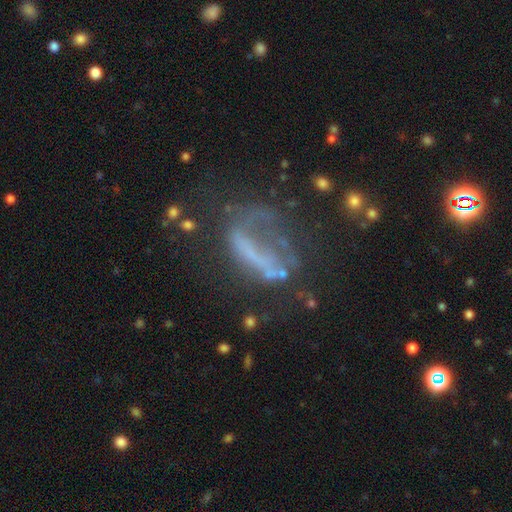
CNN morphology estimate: Overall: featured or disk (55%; smooth 25%). Edge-on disk: no (86%). Merging: major disturbance (38%; none 35%).